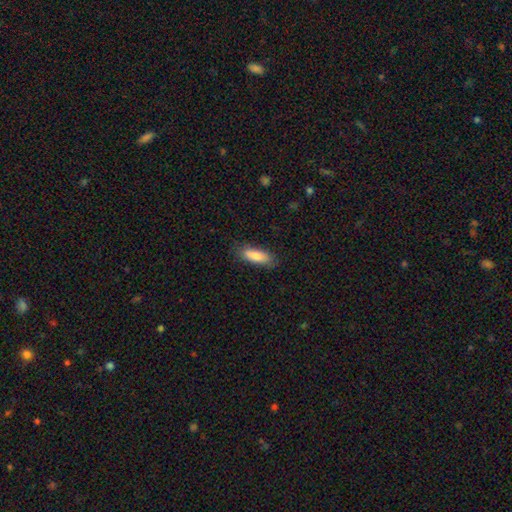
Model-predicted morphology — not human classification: A smooth galaxy with no disk features (82%) that is in between round and cigar-shaped (58%). Merging: none (80%).